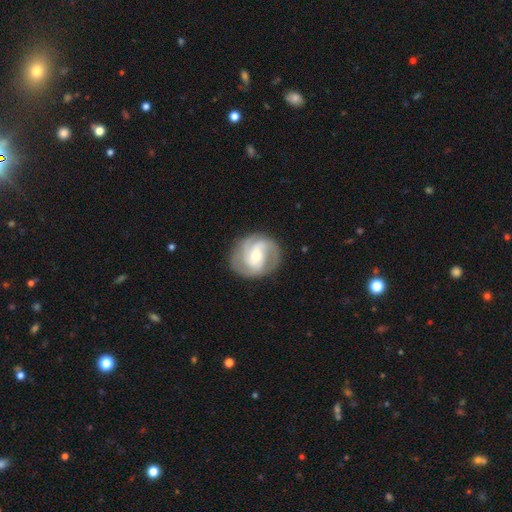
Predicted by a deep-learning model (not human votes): Overall: featured or disk (83%). Edge-on disk: no (98%). Bar: weak (44%; no 39%). Spiral arms: yes (96%). Spiral arm count: 3 (46%; 2 28%). Spiral winding: medium (47%; tight 39%). Bulge size: moderate (52%; small 42%). Merging: none (80%).